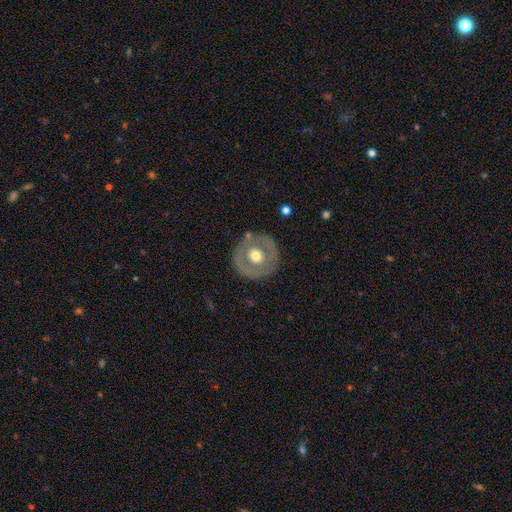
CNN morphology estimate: smooth_or_featured: featured or disk (p=0.51) [alt: smooth p=0.44]
disk_edge_on: no (p=0.94) [alt: yes p=0.06]
merging: none (p=0.81) [alt: minor disturbance p=0.11]